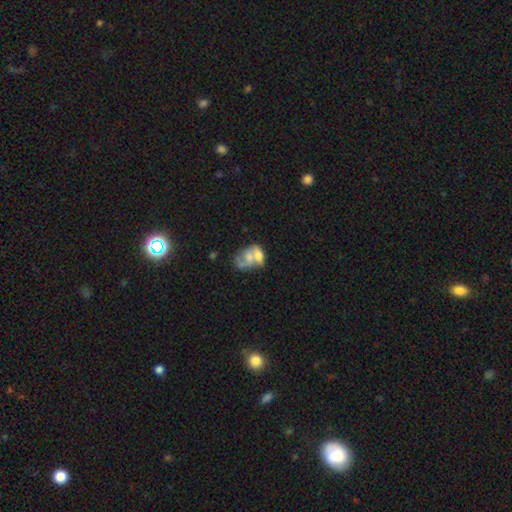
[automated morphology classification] This appears to be a smooth galaxy with no disk features (48%). Merging: merger (63%).